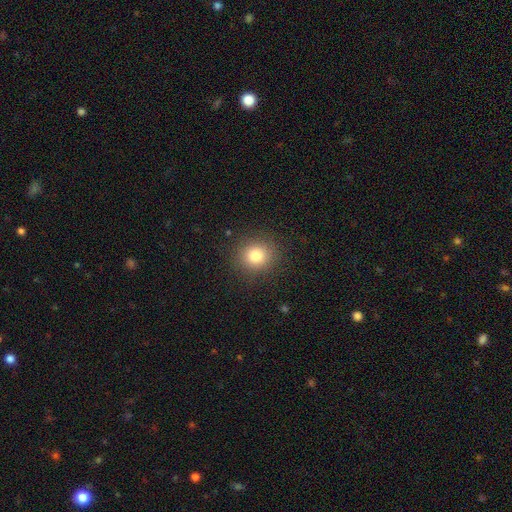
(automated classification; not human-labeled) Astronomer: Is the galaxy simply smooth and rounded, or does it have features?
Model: smooth — 81%.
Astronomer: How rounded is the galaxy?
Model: round — 88%.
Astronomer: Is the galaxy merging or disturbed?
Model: none — 89%.